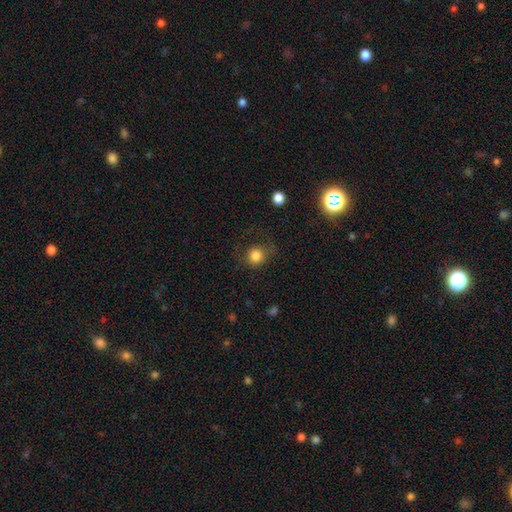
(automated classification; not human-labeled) A smooth galaxy with no disk features (82%) that is round (85%).

Vote fractions:
- Smooth or featured? smooth: 82% / star or artifact: 11% / featured or disk: 7%
- How rounded? round: 85% / in between: 14% / cigar-shaped: 1%
- Merging? none: 68% / minor disturbance: 19% / major disturbance: 12% / merger: 2%